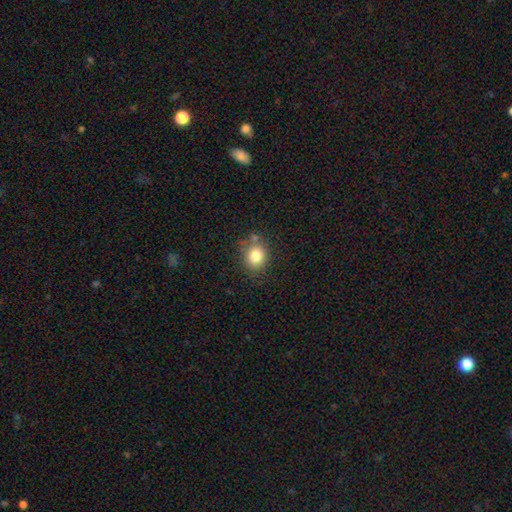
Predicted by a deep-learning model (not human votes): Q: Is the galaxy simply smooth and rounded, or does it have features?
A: smooth — 81%.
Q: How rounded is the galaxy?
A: round — 69%.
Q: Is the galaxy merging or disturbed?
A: none — 71%.